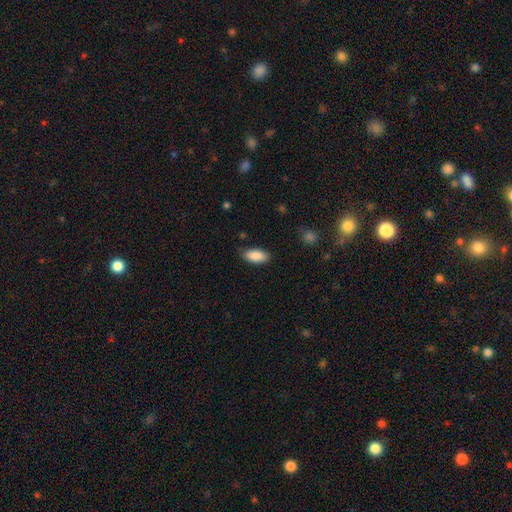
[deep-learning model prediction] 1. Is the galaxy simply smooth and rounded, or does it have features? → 88% smooth, 6% star or artifact, 6% featured or disk.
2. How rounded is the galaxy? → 92% in between, 6% cigar-shaped, 2% round.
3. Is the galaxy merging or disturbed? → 83% none, 13% minor disturbance, 3% major disturbance, 1% merger.